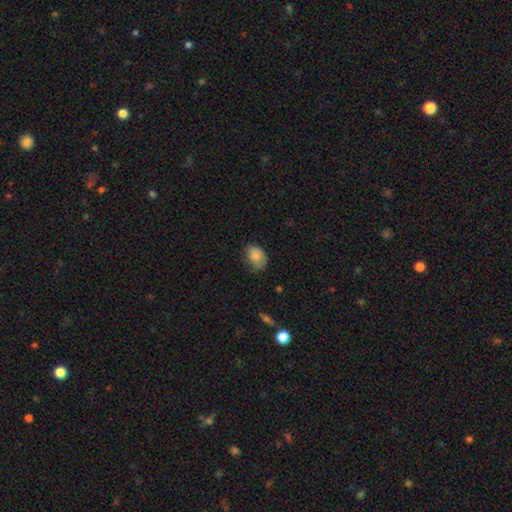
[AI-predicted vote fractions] Smooth or featured: smooth — 81% (featured or disk — 11%)
How rounded: in between — 66% (round — 33%)
Merging: none — 47% (minor disturbance — 35%)